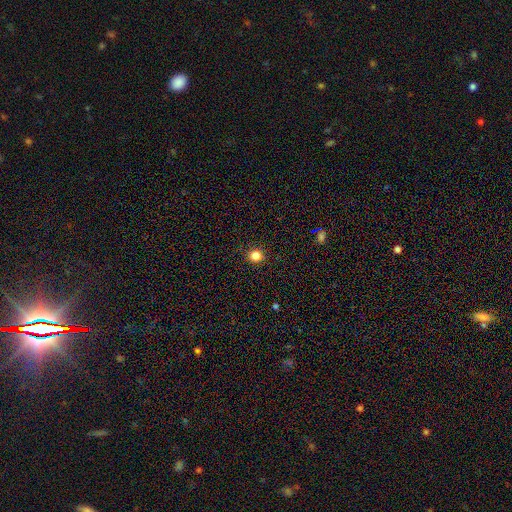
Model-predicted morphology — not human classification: smooth_or_featured: smooth (p=0.84) [alt: star or artifact p=0.12]
how_rounded: round (p=0.89) [alt: in between p=0.10]
merging: none (p=0.91) [alt: minor disturbance p=0.06]